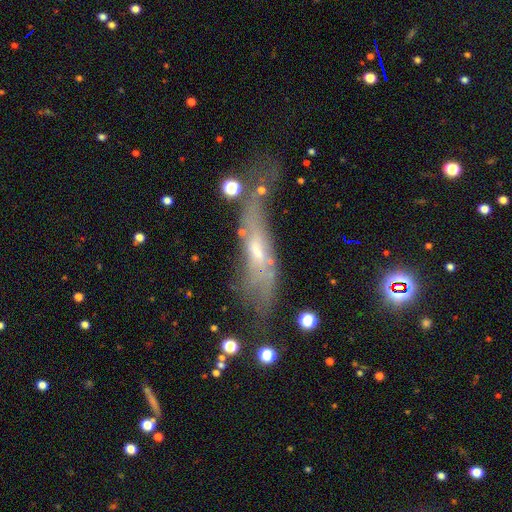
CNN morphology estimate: Overall: featured or disk (54%; smooth 35%). Edge-on disk: no (52%; yes 48%). Merging: none (47%; minor disturbance 24%).